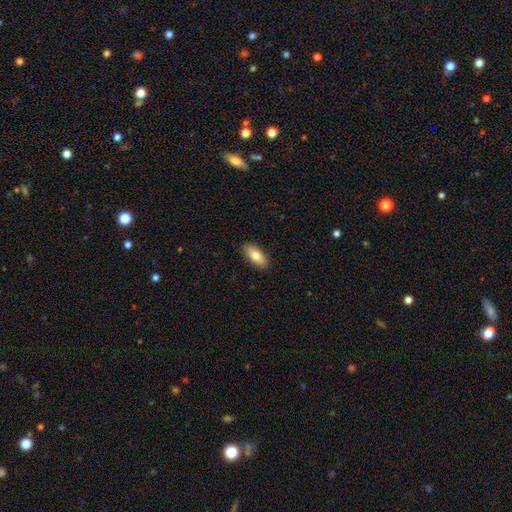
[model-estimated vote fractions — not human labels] Overall: smooth (77%). How rounded: in between (81%). Merging: none (90%).